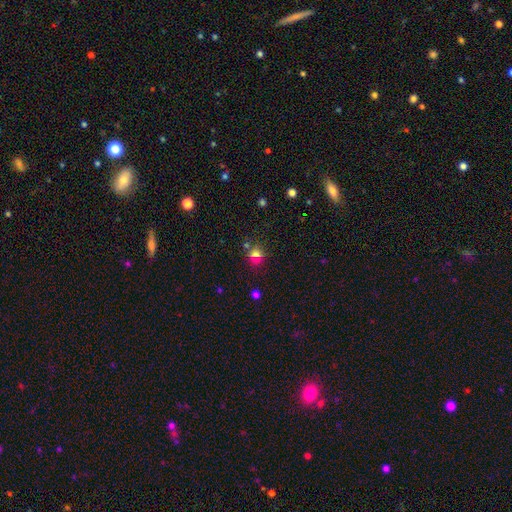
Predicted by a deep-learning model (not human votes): Smooth or featured? Predicted: smooth (p=0.61). How rounded? Predicted: round (p=0.79). Merging? Predicted: none (p=0.77).